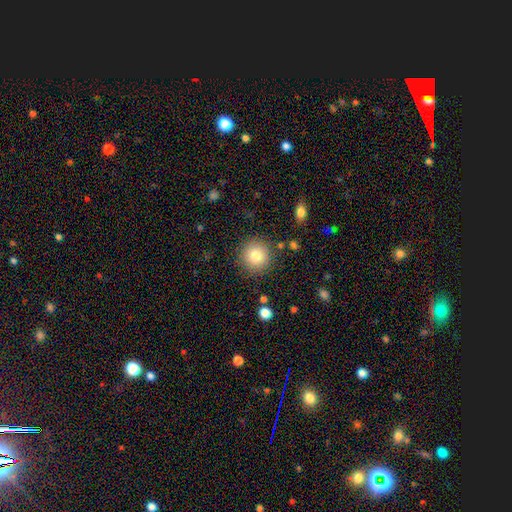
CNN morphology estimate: Smooth or featured: smooth — 80% (star or artifact — 11%)
How rounded: round — 94% (in between — 5%)
Merging: none — 87% (minor disturbance — 8%)